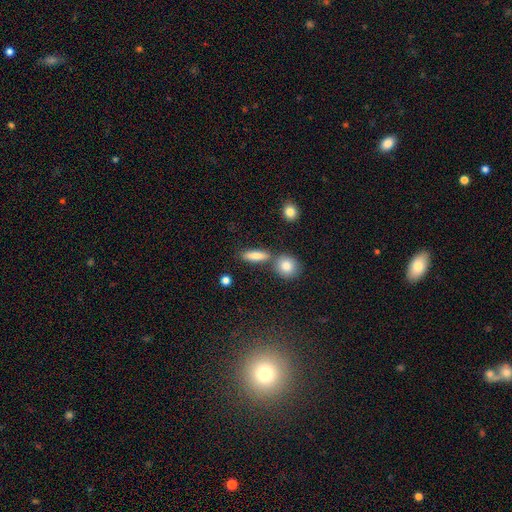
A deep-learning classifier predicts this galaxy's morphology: Smooth or featured: smooth — 81% (featured or disk — 11%)
How rounded: cigar-shaped — 48% (in between — 44%)
Merging: none — 73% (merger — 13%)